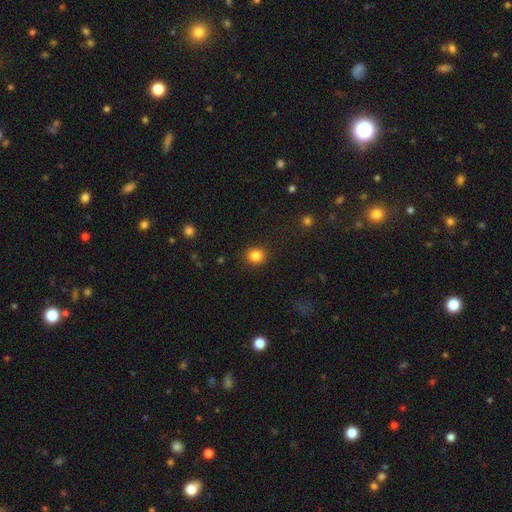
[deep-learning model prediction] smooth_or_featured: smooth (p=0.84) [alt: star or artifact p=0.11]
how_rounded: round (p=0.83) [alt: in between p=0.16]
merging: none (p=0.90) [alt: minor disturbance p=0.07]